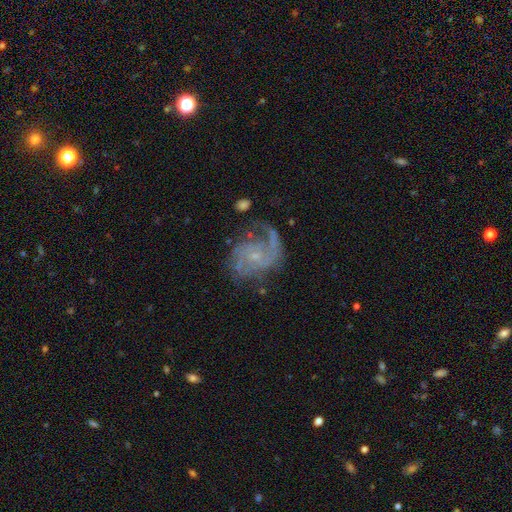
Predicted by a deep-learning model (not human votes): Morphology: type=featured or disk (82%); edge-on=no (98%); bar=no (72%); spiral arms=yes (93%); winding=medium (45%); arm count=2 (43%); bulge=small (78%); merging=none (55%).